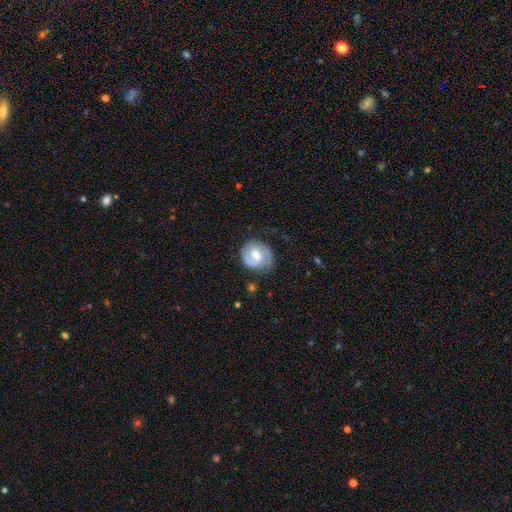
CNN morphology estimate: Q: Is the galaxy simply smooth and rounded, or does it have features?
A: featured or disk — 64%.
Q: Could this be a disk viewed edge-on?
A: no — 97%.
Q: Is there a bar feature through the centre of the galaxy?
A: weak — 50%.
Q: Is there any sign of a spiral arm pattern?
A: yes — 84%.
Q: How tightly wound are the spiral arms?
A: tight — 43%.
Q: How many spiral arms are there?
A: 2 — 71%.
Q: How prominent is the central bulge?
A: moderate — 65%.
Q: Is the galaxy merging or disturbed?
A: none — 71%.